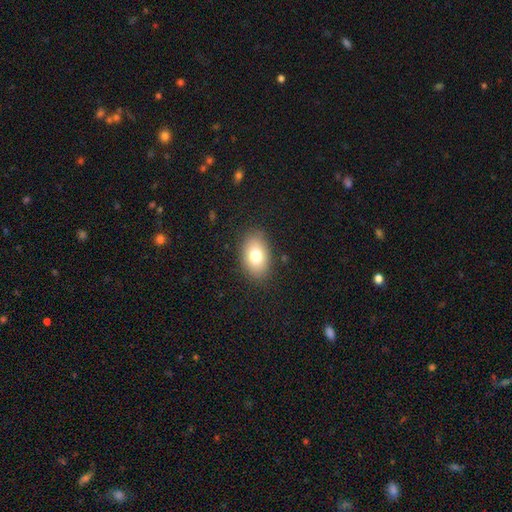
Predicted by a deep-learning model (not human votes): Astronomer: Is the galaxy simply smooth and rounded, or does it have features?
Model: smooth — 77%.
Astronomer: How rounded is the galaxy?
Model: in between — 86%.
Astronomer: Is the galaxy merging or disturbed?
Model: none — 85%.